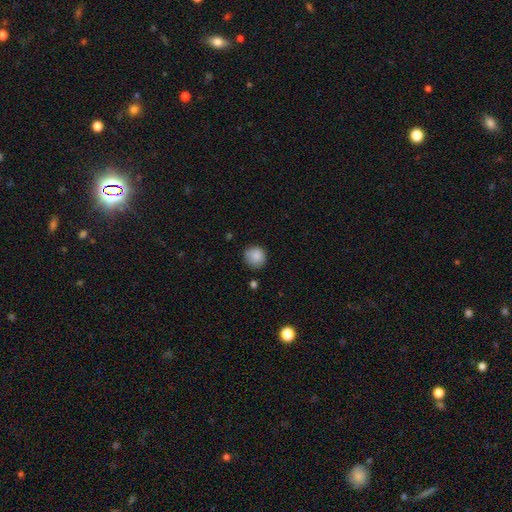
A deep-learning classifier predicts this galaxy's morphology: A smooth galaxy with no disk features (86%) that is round (89%).

Vote fractions:
- Smooth or featured? smooth: 86% / star or artifact: 8% / featured or disk: 5%
- How rounded? round: 89% / in between: 10% / cigar-shaped: 1%
- Merging? none: 76% / minor disturbance: 17% / major disturbance: 3% / merger: 3%